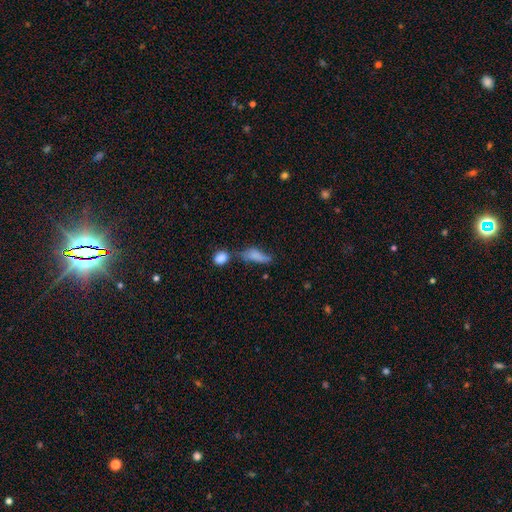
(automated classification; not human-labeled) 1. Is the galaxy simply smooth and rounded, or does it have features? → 73% smooth, 17% featured or disk, 10% star or artifact.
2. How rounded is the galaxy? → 62% in between, 33% cigar-shaped, 6% round.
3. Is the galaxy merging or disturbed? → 31% merger, 29% none, 22% minor disturbance, 18% major disturbance.